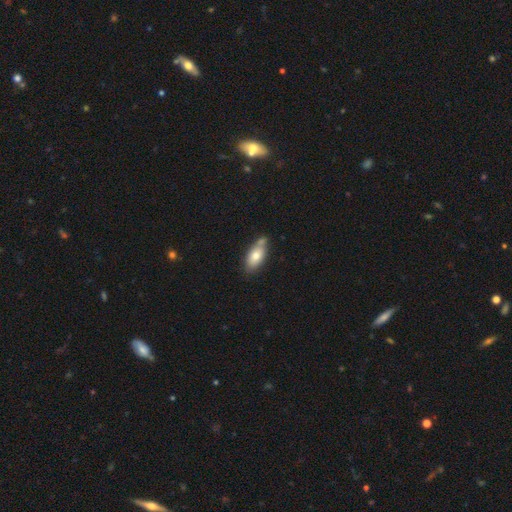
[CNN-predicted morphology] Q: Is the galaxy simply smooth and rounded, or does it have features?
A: smooth — 72%.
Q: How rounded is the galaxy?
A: in between — 88%.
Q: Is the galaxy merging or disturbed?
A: none — 56%.